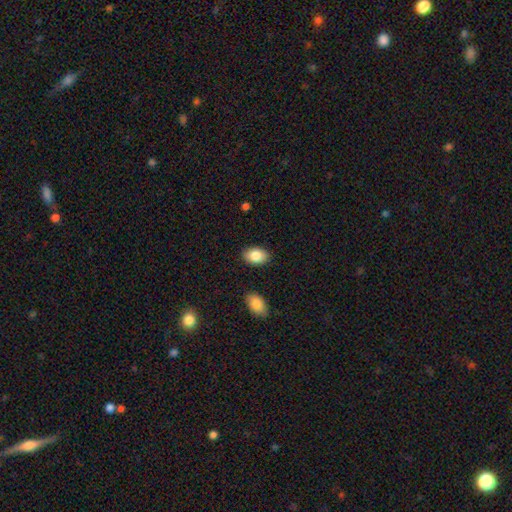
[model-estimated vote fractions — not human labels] A smooth galaxy with no disk features (85%) that is in between round and cigar-shaped (88%).

Vote fractions:
- Smooth or featured? smooth: 85% / featured or disk: 8% / star or artifact: 7%
- How rounded? in between: 88% / round: 11% / cigar-shaped: 1%
- Merging? none: 87% / minor disturbance: 9% / major disturbance: 2% / merger: 2%